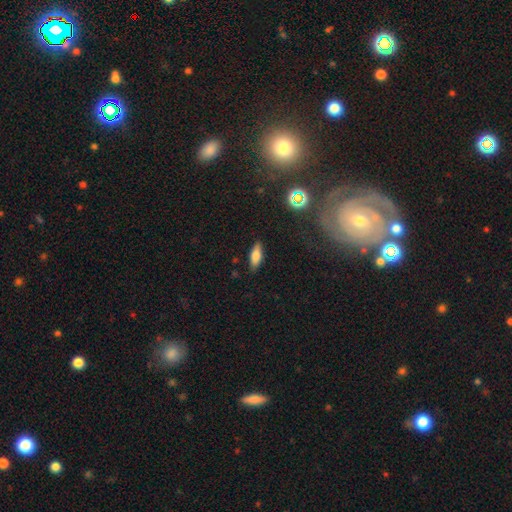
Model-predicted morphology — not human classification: A smooth galaxy with no disk features (72%) that is in between round and cigar-shaped (64%).

Vote fractions:
- Smooth or featured? smooth: 72% / featured or disk: 19% / star or artifact: 9%
- How rounded? in between: 64% / cigar-shaped: 33% / round: 3%
- Merging? none: 86% / minor disturbance: 10% / major disturbance: 2% / merger: 1%